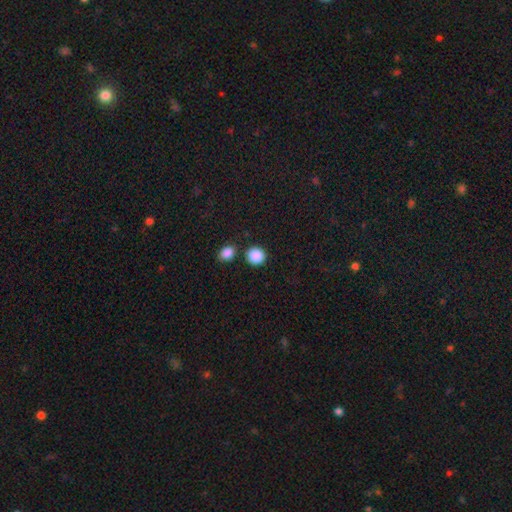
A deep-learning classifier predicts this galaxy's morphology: Smooth or featured? Predicted: smooth (p=0.89). How rounded? Predicted: round (p=0.87). Merging? Predicted: none (p=0.81).